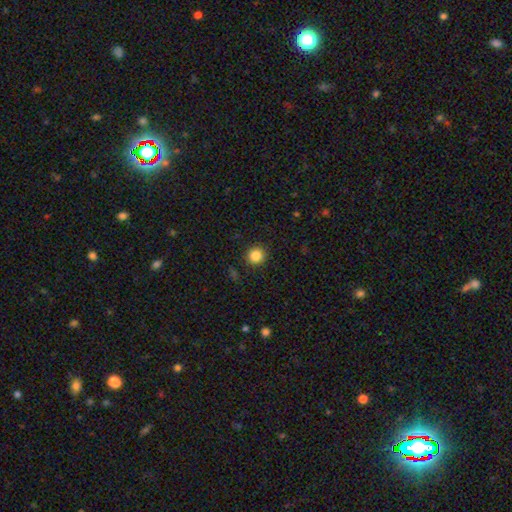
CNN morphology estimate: Q: Smooth or featured?
A: smooth (84%); runner-up: star or artifact (11%)
Q: How rounded?
A: round (93%); runner-up: in between (6%)
Q: Merging?
A: none (91%); runner-up: minor disturbance (6%)